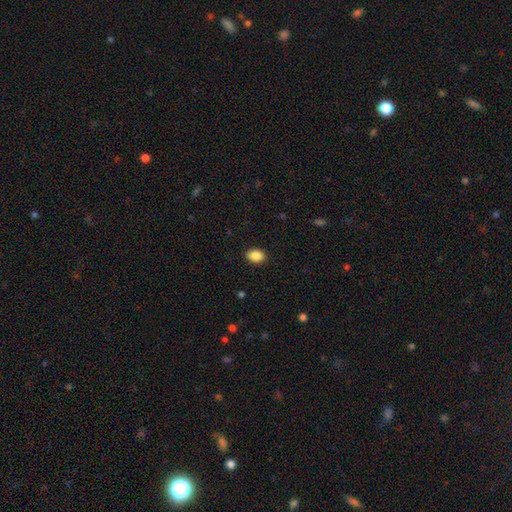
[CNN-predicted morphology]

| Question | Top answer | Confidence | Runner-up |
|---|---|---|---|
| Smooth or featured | smooth | 88% | star or artifact (8%) |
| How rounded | in between | 73% | round (26%) |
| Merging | none | 90% | minor disturbance (7%) |